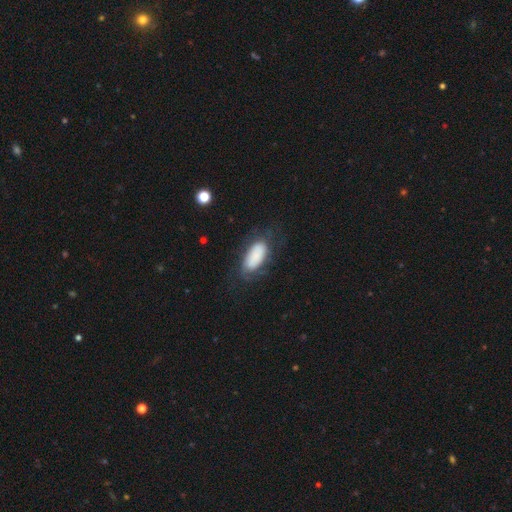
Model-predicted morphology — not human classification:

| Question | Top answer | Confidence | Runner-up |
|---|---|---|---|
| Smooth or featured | smooth | 73% | featured or disk (20%) |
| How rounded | in between | 91% | cigar-shaped (7%) |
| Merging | none | 60% | minor disturbance (24%) |